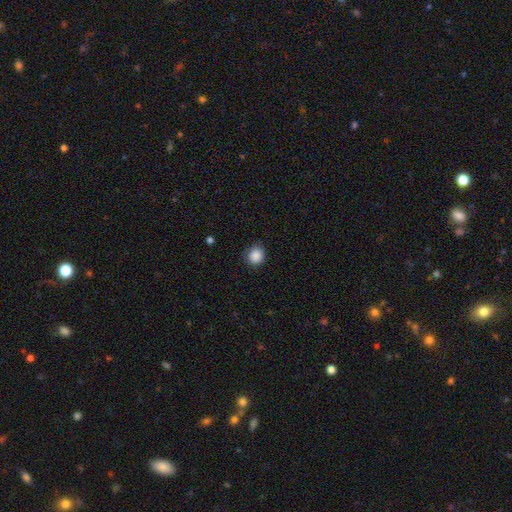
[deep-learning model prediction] A smooth galaxy with no disk features (88%) that is round (80%). Merging: none (82%).